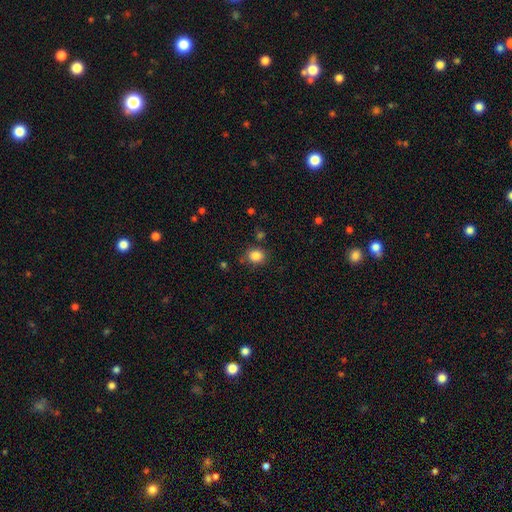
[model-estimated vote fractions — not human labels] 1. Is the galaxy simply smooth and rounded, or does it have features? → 85% smooth, 10% star or artifact, 5% featured or disk.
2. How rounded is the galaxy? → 73% round, 26% in between, 1% cigar-shaped.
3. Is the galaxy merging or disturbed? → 82% none, 11% minor disturbance, 4% merger, 3% major disturbance.